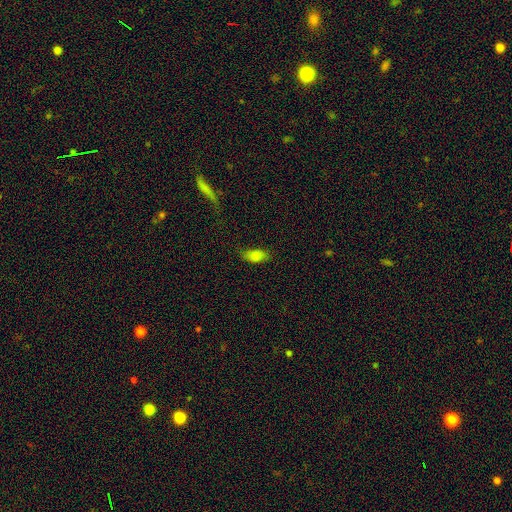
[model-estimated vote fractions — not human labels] smooth 80%, featured or disk 10%, star or artifact 10%. Down the decision tree: how rounded — in between (88%); merging — none (71%).